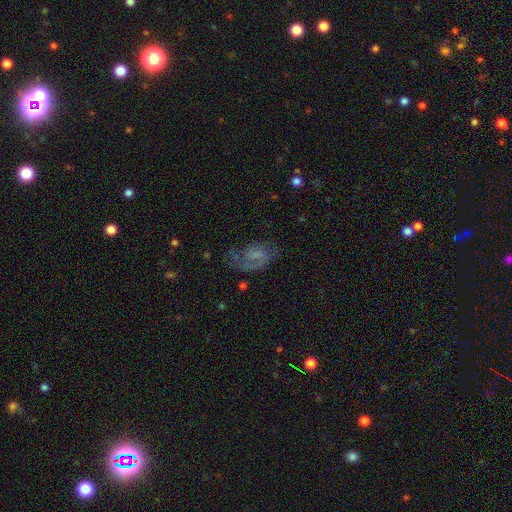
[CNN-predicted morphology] featured or disk 62%, smooth 26%, star or artifact 12%. Down the decision tree: edge-on disk — no (97%); bar — no (50%); spiral arms — yes (81%); bulge size — none (53%); merging — none (46%).